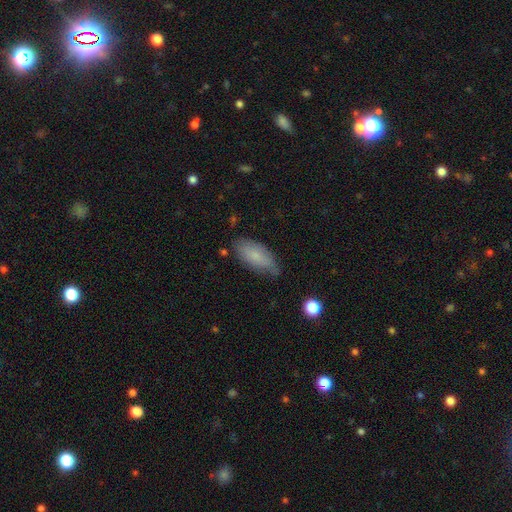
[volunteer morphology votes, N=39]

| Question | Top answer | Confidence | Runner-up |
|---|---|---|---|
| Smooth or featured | smooth | 79% | featured or disk (18%) |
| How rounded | in between | 90% | cigar-shaped (6%) |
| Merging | none | 55% | minor disturbance (32%) |